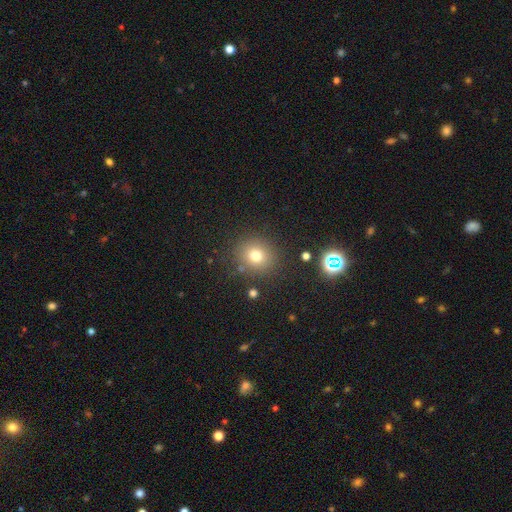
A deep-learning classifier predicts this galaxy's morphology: smooth 75%, star or artifact 16%, featured or disk 9%. Down the decision tree: how rounded — round (83%); merging — none (85%).